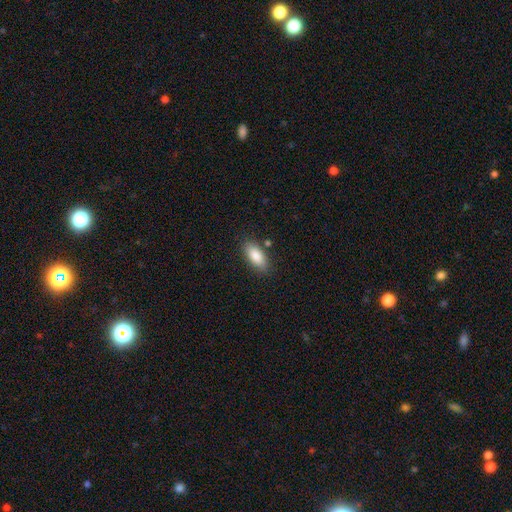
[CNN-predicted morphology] type=smooth (86%); roundness=in between (87%); merging=none (82%).